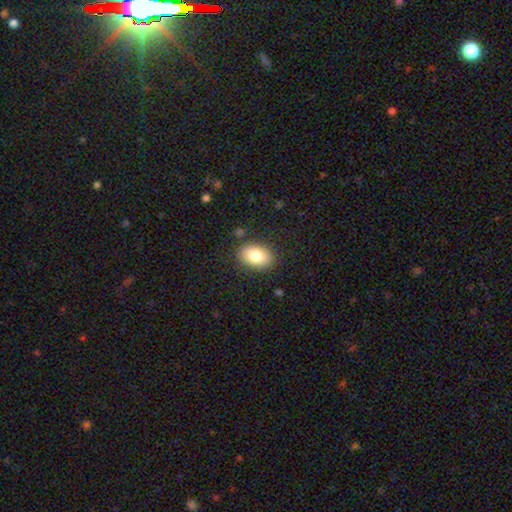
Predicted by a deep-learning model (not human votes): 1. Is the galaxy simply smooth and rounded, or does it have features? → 80% smooth, 12% featured or disk, 8% star or artifact.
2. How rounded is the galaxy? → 83% in between, 16% round, 1% cigar-shaped.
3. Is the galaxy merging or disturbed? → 86% none, 10% minor disturbance, 3% major disturbance, 2% merger.